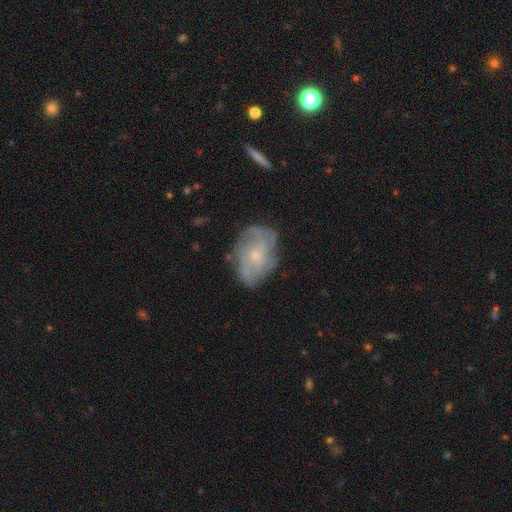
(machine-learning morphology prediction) Smooth or featured? featured or disk (73%)
Edge-on disk? no (96%)
Bar? no (75%)
Spiral arms? yes (85%)
Spiral winding? tight (53%)
Spiral arm count? can't tell (45%)
Bulge size? small (70%)
Merging? none (72%)